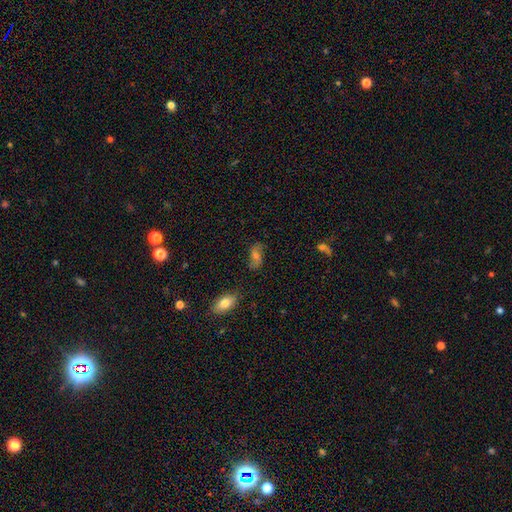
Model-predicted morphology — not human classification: This is possibly a featured or disk galaxy (47%). Merging: likely none (73%).